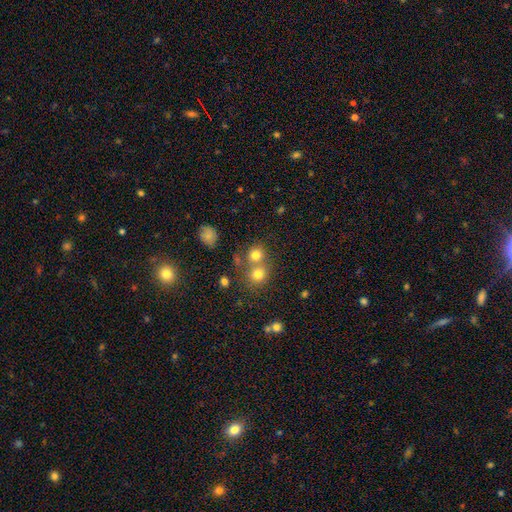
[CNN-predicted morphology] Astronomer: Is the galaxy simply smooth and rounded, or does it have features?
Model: smooth — 76%.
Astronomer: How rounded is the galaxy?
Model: round — 81%.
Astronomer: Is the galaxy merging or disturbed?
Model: none — 48% (runner-up: merger, 42%).